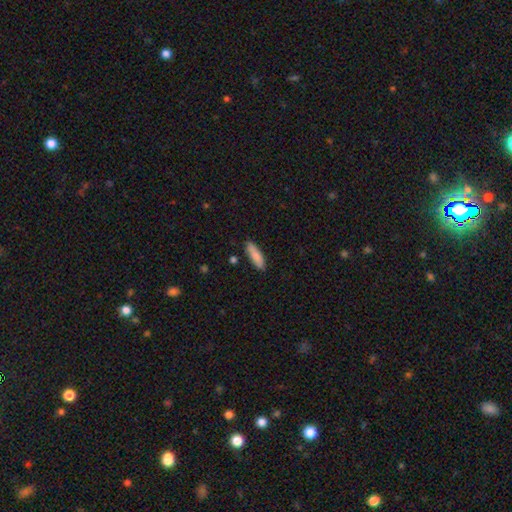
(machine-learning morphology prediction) Q: Smooth or featured?
A: smooth (84%); runner-up: featured or disk (10%)
Q: How rounded?
A: cigar-shaped (55%); runner-up: in between (43%)
Q: Merging?
A: none (85%); runner-up: minor disturbance (11%)